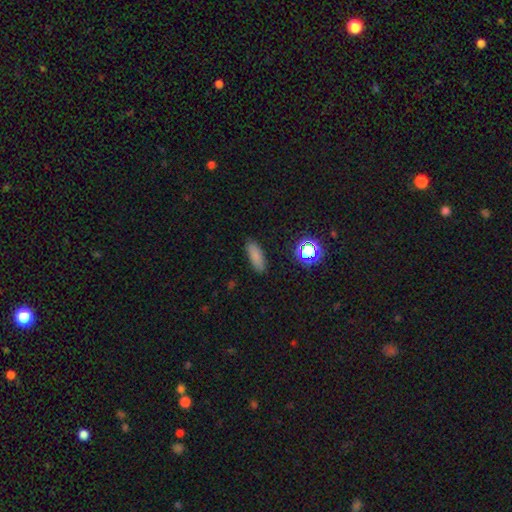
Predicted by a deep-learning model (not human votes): Q: Smooth or featured?
A: smooth (79%); runner-up: star or artifact (13%)
Q: How rounded?
A: in between (65%); runner-up: cigar-shaped (32%)
Q: Merging?
A: none (84%); runner-up: minor disturbance (11%)